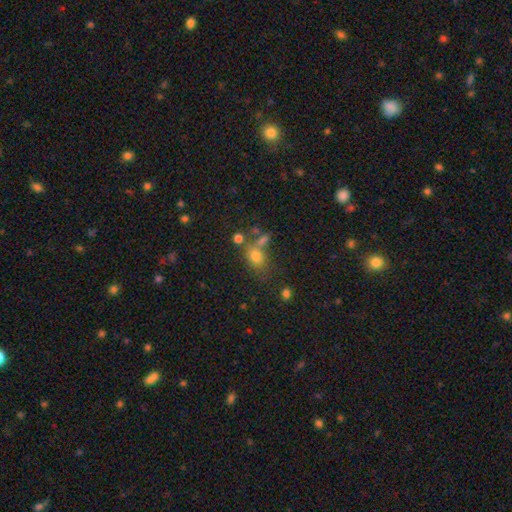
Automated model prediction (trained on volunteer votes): smooth_or_featured: smooth (p=0.71) [alt: star or artifact p=0.17]
how_rounded: in between (p=0.66) [alt: round p=0.32]
merging: none (p=0.47) [alt: merger p=0.27]